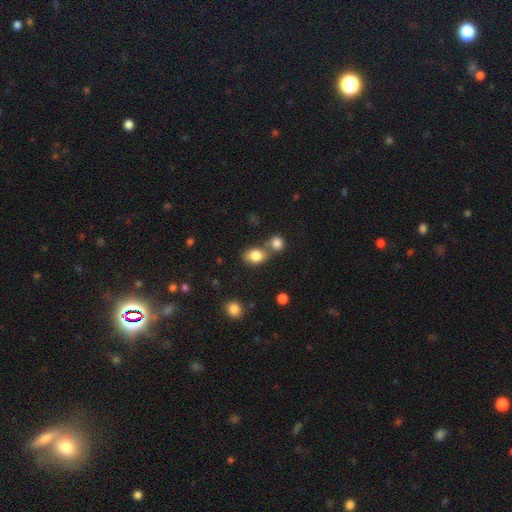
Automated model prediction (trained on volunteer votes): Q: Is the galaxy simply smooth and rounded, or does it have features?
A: smooth — 83%.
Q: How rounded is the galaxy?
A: in between — 66%.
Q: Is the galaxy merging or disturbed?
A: none — 53%.